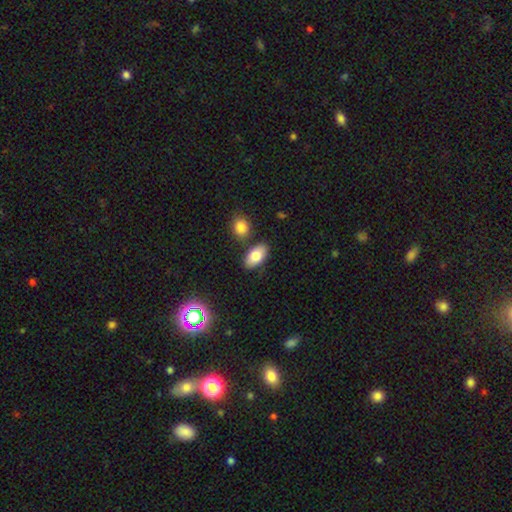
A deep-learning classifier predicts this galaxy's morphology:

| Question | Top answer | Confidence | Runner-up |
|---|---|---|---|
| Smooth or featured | smooth | 79% | featured or disk (13%) |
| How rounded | in between | 93% | round (5%) |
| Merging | none | 78% | minor disturbance (10%) |